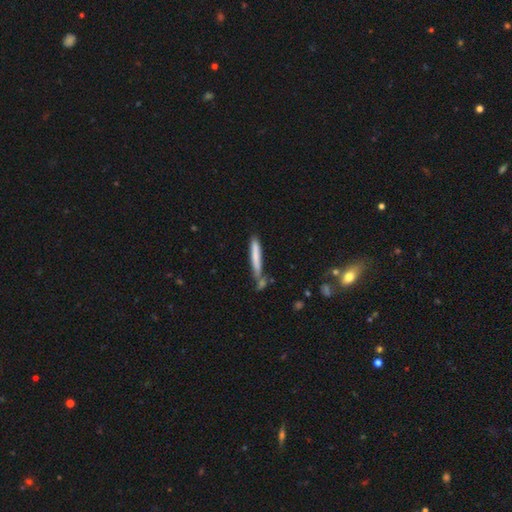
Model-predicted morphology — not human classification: Overall: smooth (72%). How rounded: cigar-shaped (95%). Merging: none (62%).